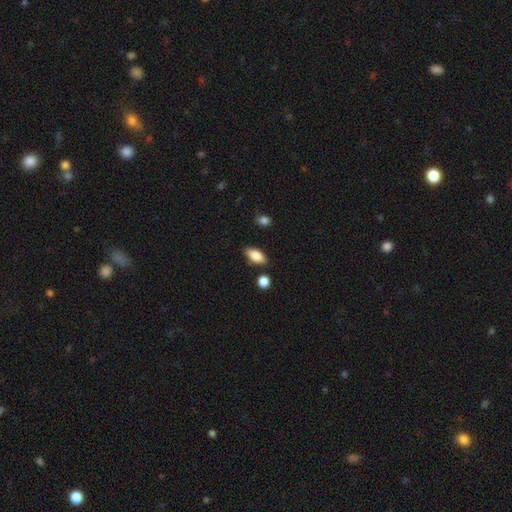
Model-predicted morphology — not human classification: A smooth galaxy with no disk features (84%) that is in between round and cigar-shaped (88%).

Vote fractions:
- Smooth or featured? smooth: 84% / featured or disk: 9% / star or artifact: 7%
- How rounded? in between: 88% / cigar-shaped: 9% / round: 4%
- Merging? none: 84% / minor disturbance: 11% / merger: 3% / major disturbance: 2%